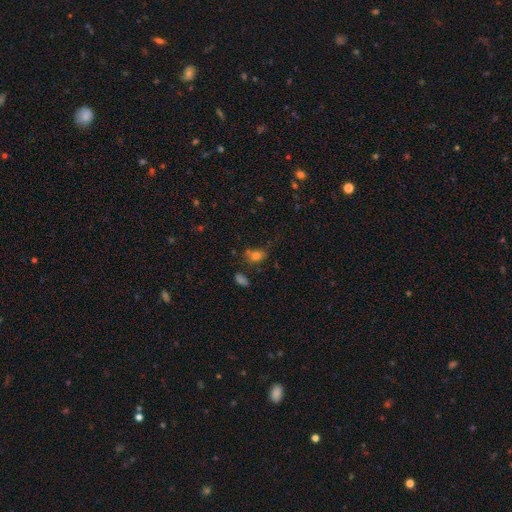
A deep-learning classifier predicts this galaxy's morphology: A smooth galaxy with no disk features (75%) that is in between round and cigar-shaped (72%). Merging: none (51%).